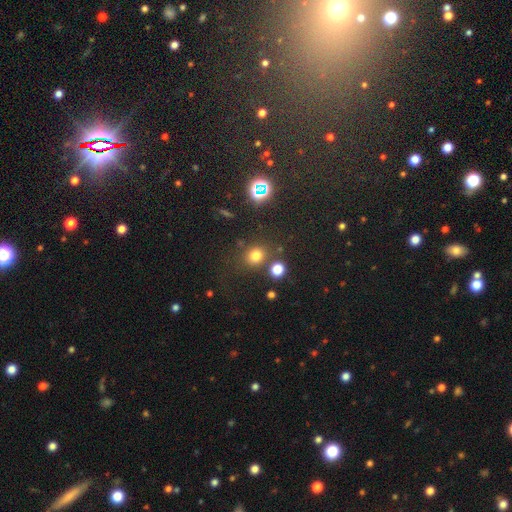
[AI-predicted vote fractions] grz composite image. It shows a smooth galaxy with no disk features (72%) that is round (79%). Merging: none (74%).